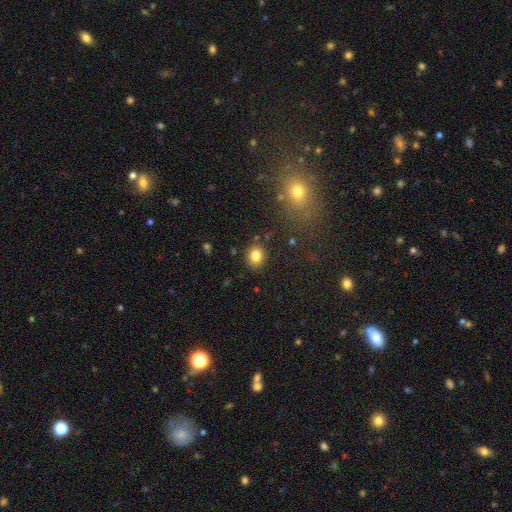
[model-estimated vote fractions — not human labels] A smooth galaxy with no disk features (83%) that is round (62%). Merging: none (85%).